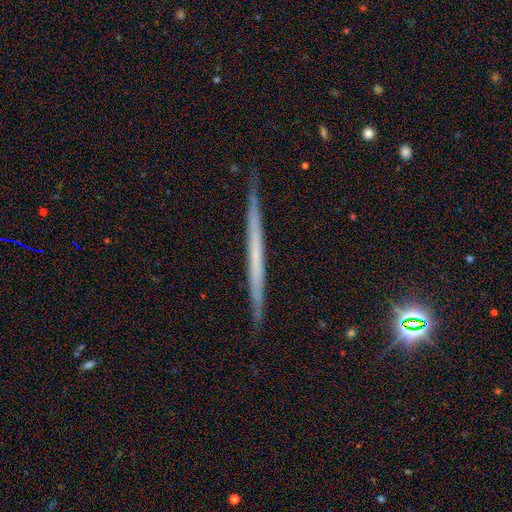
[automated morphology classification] This appears to be a featured or disk galaxy (57%) viewed edge-on (98%) with no central bulge (93%). Merging: none (91%).